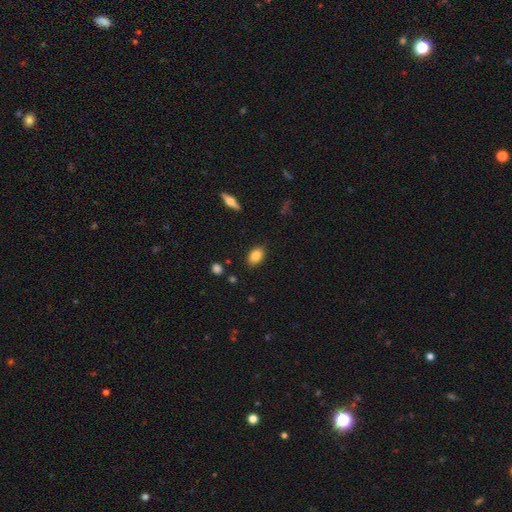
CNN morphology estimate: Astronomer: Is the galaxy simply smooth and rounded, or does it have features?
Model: smooth — 84%.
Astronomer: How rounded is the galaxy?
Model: in between — 84%.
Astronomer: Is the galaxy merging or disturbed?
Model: none — 86%.